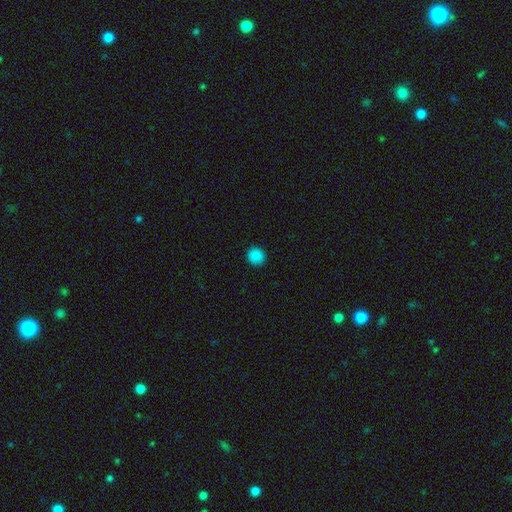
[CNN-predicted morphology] Overall: smooth (87%). How rounded: round (91%). Merging: none (92%).